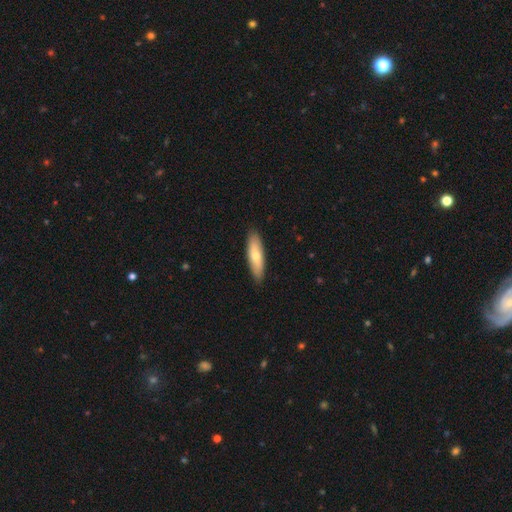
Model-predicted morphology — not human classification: The model was most divided on "how rounded": cigar-shaped: 57%, in between: 41%, round: 2%. More confident: merging — none (89%); smooth or featured — smooth (67%).